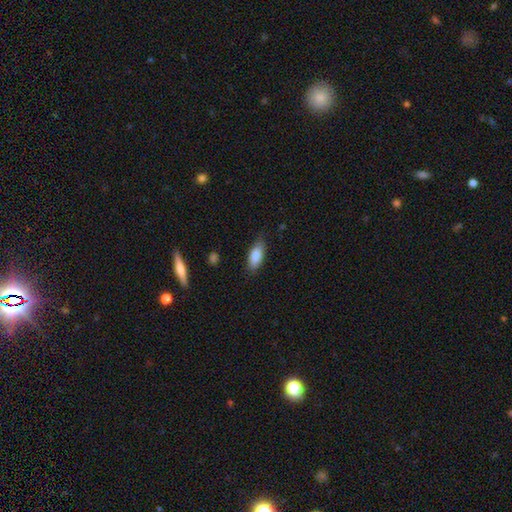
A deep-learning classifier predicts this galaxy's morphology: This appears to be a smooth galaxy with no disk features (84%) that is in between round and cigar-shaped (81%). Merging: none (79%).